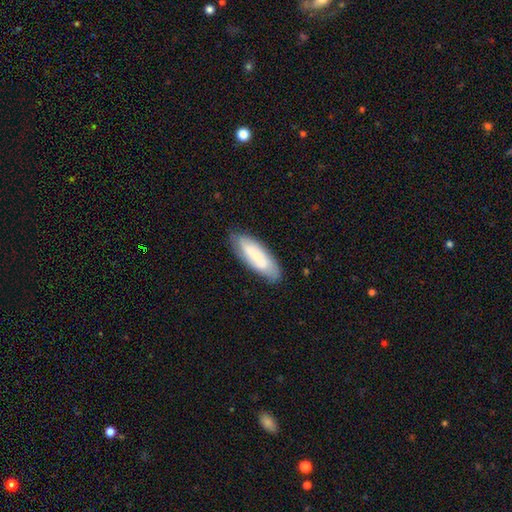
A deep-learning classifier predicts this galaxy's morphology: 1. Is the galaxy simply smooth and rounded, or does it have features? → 65% smooth, 28% featured or disk, 7% star or artifact.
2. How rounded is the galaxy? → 54% in between, 44% cigar-shaped, 2% round.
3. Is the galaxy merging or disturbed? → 77% none, 17% minor disturbance, 4% major disturbance, 2% merger.